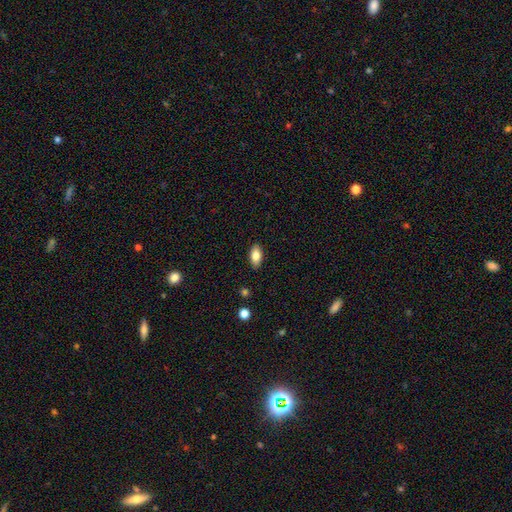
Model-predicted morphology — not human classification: type=smooth (83%); roundness=in between (91%); merging=none (88%).